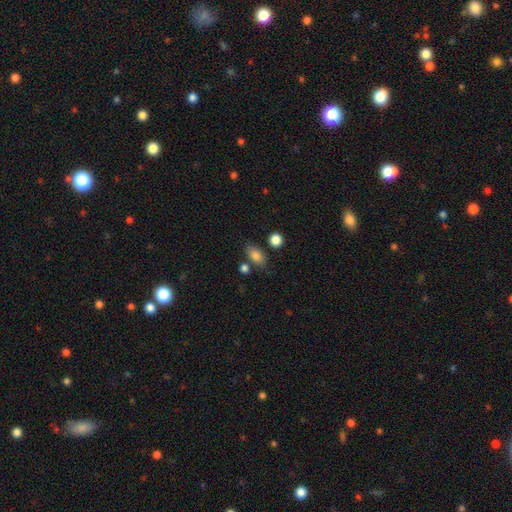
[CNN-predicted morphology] smooth-or-featured: smooth: 83% | star or artifact: 9% | featured or disk: 8%
  how-rounded: in between: 84% | round: 12% | cigar-shaped: 3%
  merging: none: 73% | minor disturbance: 15% | merger: 9% | major disturbance: 4%